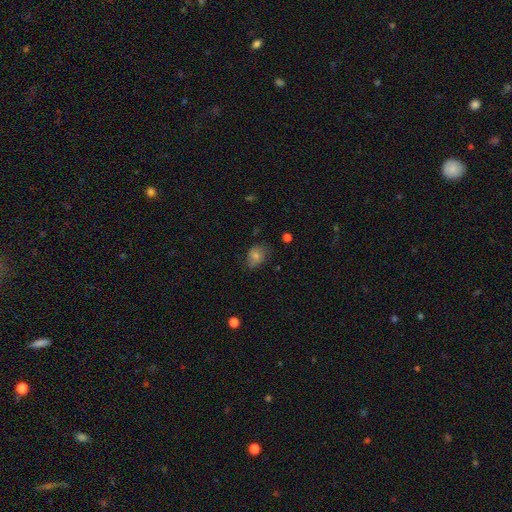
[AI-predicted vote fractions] The model was most divided on "how rounded": in between: 61%, round: 38%, cigar-shaped: 1%. More confident: merging — none (68%); smooth or featured — smooth (64%).